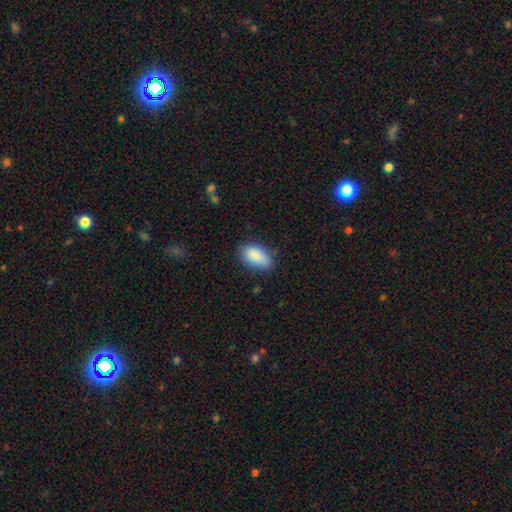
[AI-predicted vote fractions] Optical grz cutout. It shows a smooth galaxy with no disk features (89%) that is in between round and cigar-shaped (91%). Merging: none (78%).